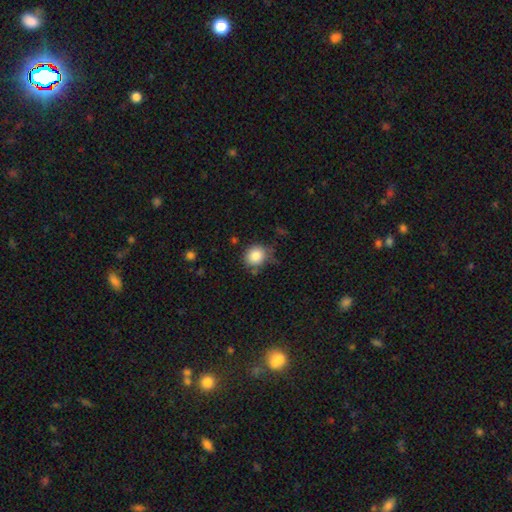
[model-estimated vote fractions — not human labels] This appears to be a smooth galaxy with no disk features (84%) that is round (83%). Merging: none (69%).